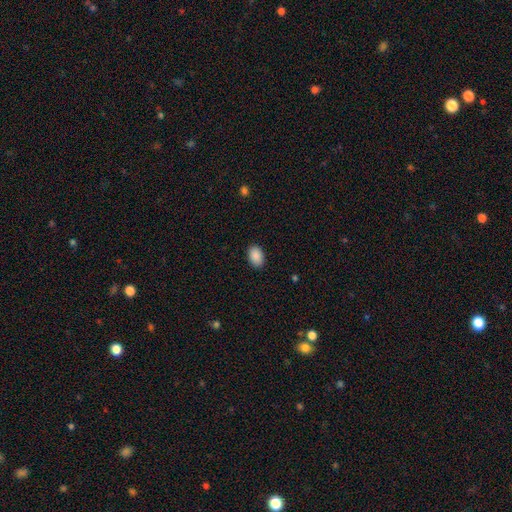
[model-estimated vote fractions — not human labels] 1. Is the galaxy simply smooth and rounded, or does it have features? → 90% smooth, 7% star or artifact, 3% featured or disk.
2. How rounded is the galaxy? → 89% in between, 10% round, 1% cigar-shaped.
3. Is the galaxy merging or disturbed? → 90% none, 8% minor disturbance, 2% major disturbance, 1% merger.